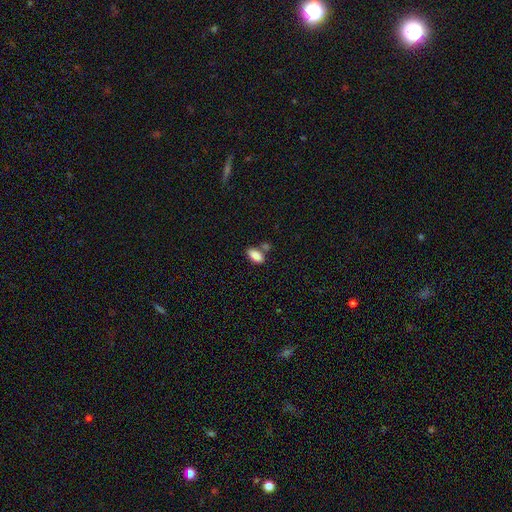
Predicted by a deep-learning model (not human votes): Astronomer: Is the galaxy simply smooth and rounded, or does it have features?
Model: smooth — 86%.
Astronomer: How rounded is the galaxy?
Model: in between — 92%.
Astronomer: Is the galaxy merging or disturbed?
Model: none — 65%.